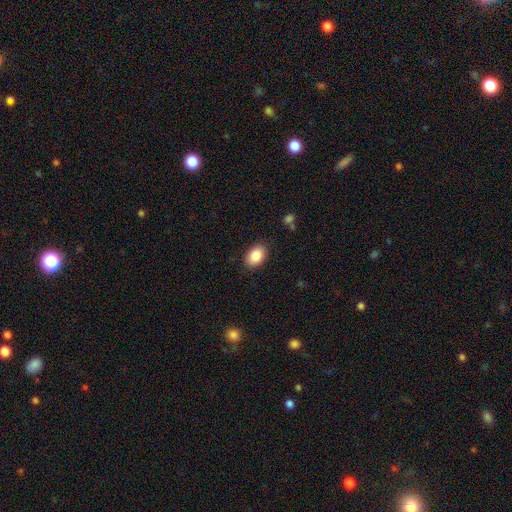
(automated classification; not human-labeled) Q: Smooth or featured?
A: smooth (88%); runner-up: star or artifact (7%)
Q: How rounded?
A: in between (87%); runner-up: round (12%)
Q: Merging?
A: none (87%); runner-up: minor disturbance (9%)